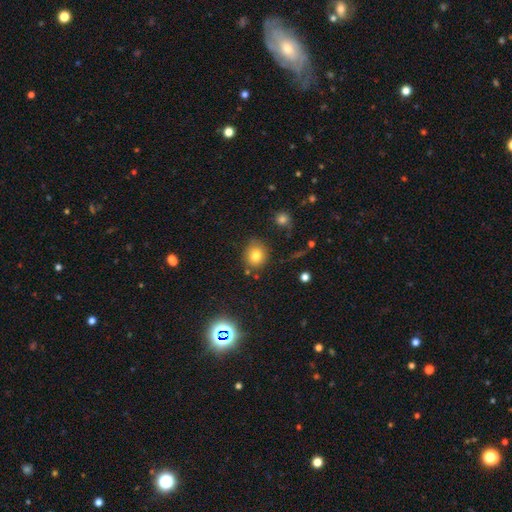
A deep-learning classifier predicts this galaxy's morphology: Overall: smooth (78%). How rounded: round (77%). Merging: none (80%).